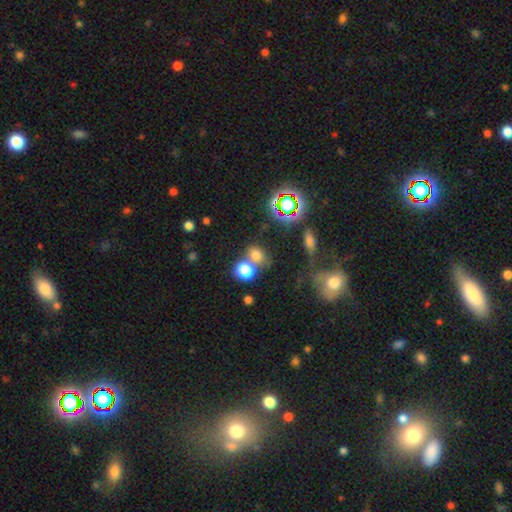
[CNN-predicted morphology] type=smooth (66%); roundness=round (70%); merging=none (57%).